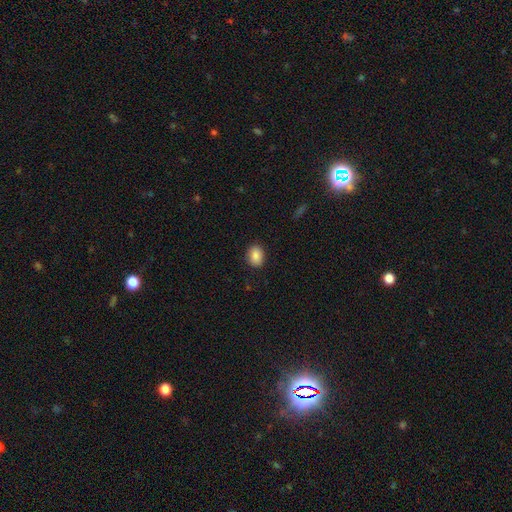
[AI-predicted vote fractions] A smooth galaxy with no disk features (88%) that is in between round and cigar-shaped (64%). Merging: none (89%).